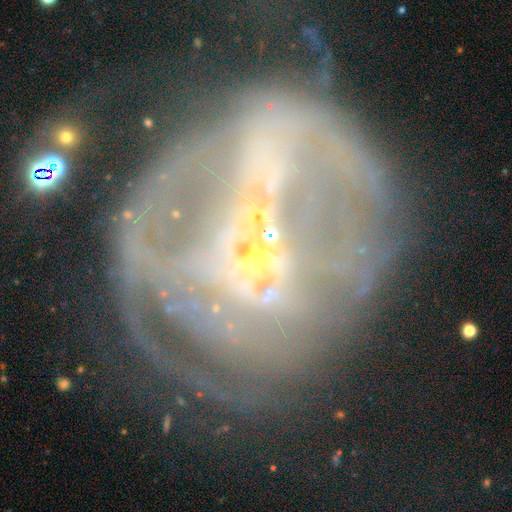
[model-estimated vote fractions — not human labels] Morphology: type=featured or disk (70%); edge-on=no (97%); bar=no (56%); spiral arms=yes (56%); bulge=small (59%); merging=none (42%).